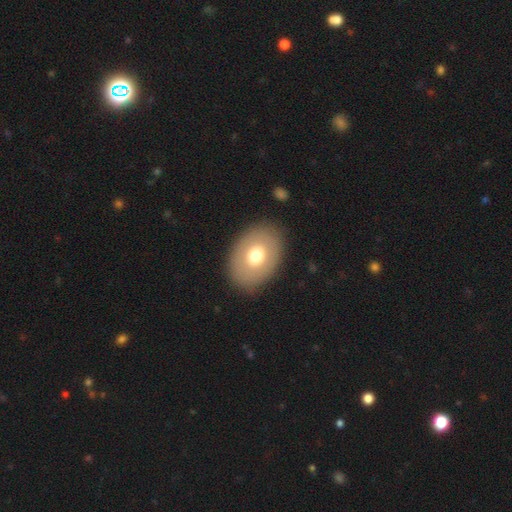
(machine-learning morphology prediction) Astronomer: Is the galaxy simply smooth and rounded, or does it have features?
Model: smooth — 65%.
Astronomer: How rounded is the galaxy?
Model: in between — 77%.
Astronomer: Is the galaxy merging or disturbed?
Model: none — 86%.